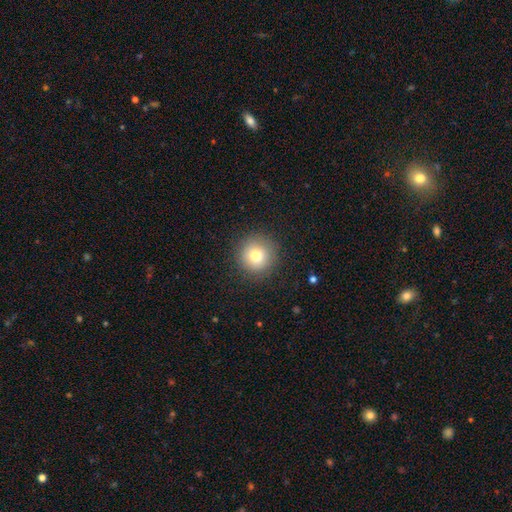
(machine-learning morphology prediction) Smooth or featured? Predicted: smooth (p=0.77). How rounded? Predicted: round (p=0.95). Merging? Predicted: none (p=0.89).